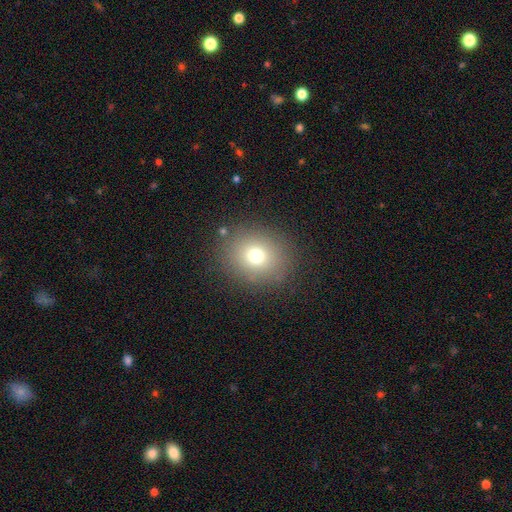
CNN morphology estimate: Smooth or featured: smooth — 73% (star or artifact — 15%)
How rounded: round — 71% (in between — 28%)
Merging: none — 85% (minor disturbance — 9%)